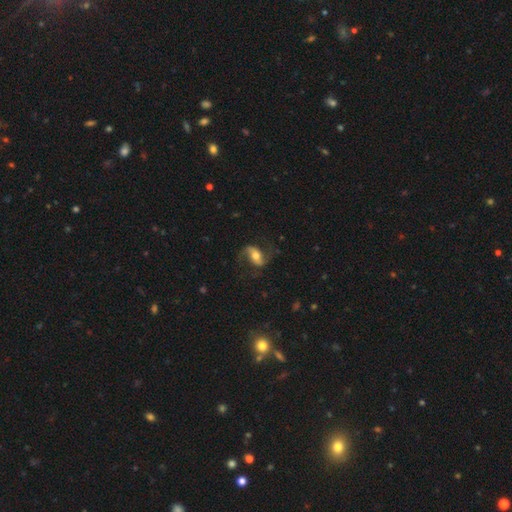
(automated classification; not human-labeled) This is likely a featured or disk galaxy (74%). It is clearly not viewed edge-on (95%). Bar: marginally weak (35%, tied with strong). Spiral arm pattern: clearly yes (93%). Spiral arm count: clearly 2 (91%). Spiral winding: possibly loose (59%). Central bulge: likely moderate (65%). Merging: likely none (71%).